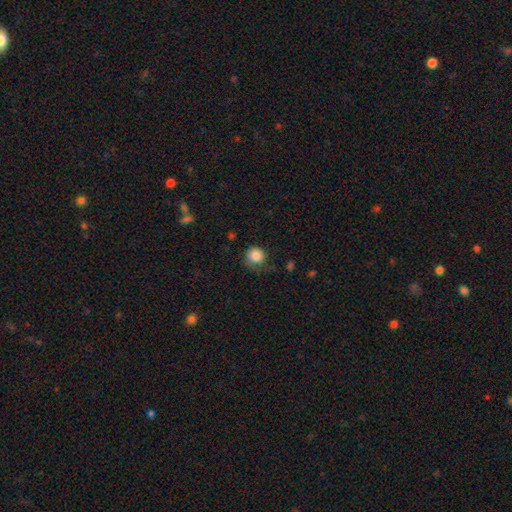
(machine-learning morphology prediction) A smooth galaxy with no disk features (86%) that is round (90%).

Vote fractions:
- Smooth or featured? smooth: 86% / star or artifact: 9% / featured or disk: 5%
- How rounded? round: 90% / in between: 9% / cigar-shaped: 1%
- Merging? none: 60% / minor disturbance: 27% / major disturbance: 11% / merger: 2%